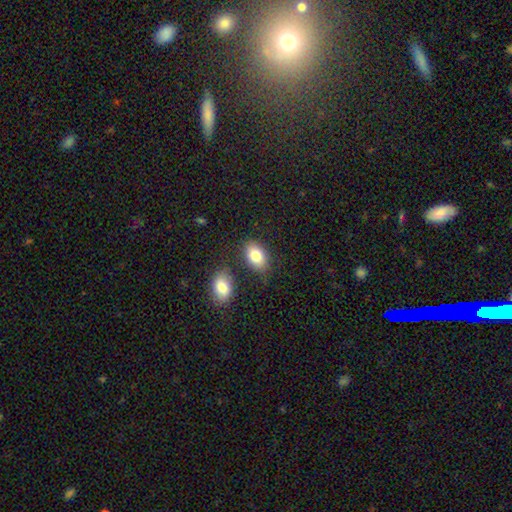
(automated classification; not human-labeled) This appears to be a smooth galaxy with no disk features (82%) that is in between round and cigar-shaped (88%). Merging: none (75%).